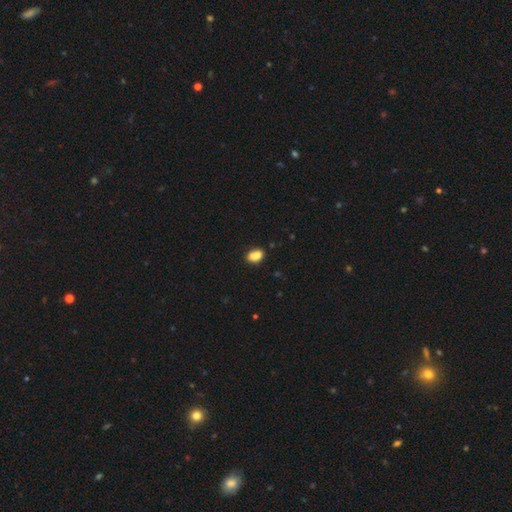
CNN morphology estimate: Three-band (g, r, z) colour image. It shows a smooth galaxy with no disk features (81%) that is in between round and cigar-shaped (78%). Merging: none (61%).